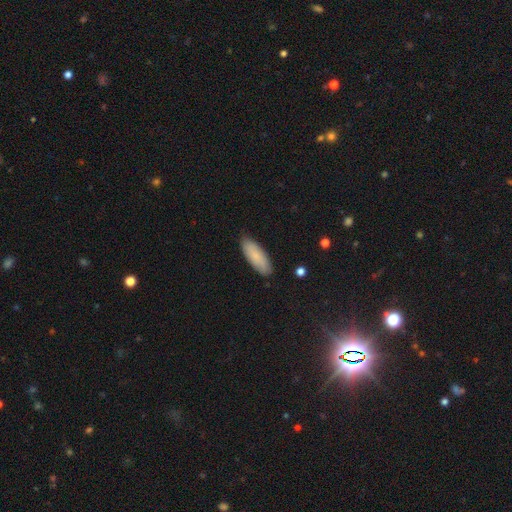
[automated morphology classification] smooth 83%, featured or disk 11%, star or artifact 6%. Down the decision tree: how rounded — in between (68%); merging — none (85%).